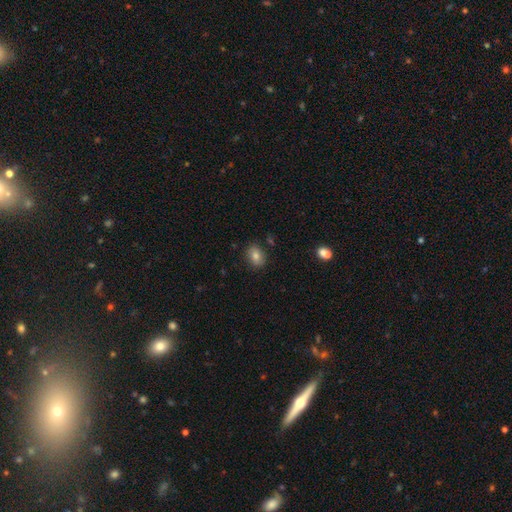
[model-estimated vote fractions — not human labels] Morphology: type=smooth (81%); roundness=in between (72%); merging=none (84%).